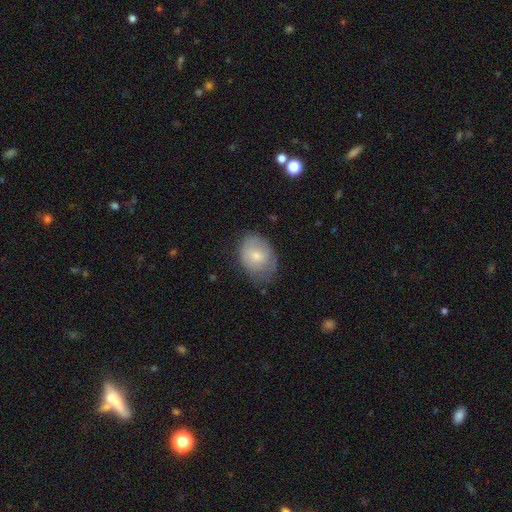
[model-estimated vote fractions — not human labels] This is likely a smooth galaxy (67%). How rounded: likely in between (68%). Merging: possibly none (55%).